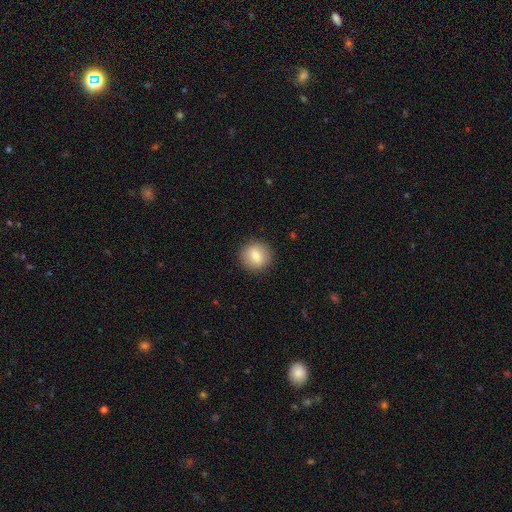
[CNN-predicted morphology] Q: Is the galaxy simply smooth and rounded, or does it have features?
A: smooth — 80%.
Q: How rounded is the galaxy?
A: round — 90%.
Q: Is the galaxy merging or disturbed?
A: none — 90%.